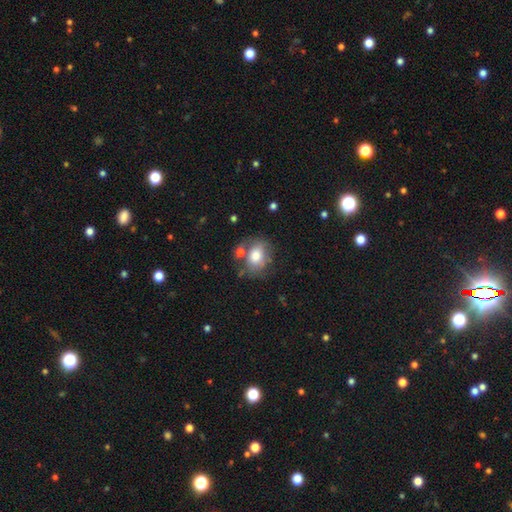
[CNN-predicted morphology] smooth 71%, featured or disk 20%, star or artifact 9%. Down the decision tree: how rounded — in between (50%); merging — none (53%).